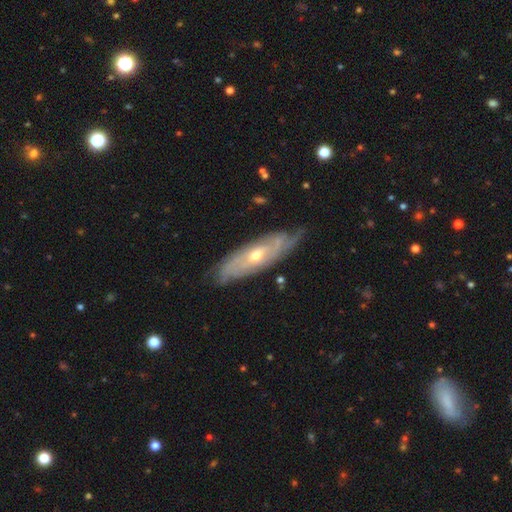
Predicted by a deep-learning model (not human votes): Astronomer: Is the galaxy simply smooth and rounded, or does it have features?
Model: featured or disk — 78%.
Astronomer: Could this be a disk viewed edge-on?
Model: no — 74%.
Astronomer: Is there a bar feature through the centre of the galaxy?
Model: no — 69%.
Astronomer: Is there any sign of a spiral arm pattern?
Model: yes — 83%.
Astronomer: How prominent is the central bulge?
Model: moderate — 54% (runner-up: small, 43%).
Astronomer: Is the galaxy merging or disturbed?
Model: none — 73%.